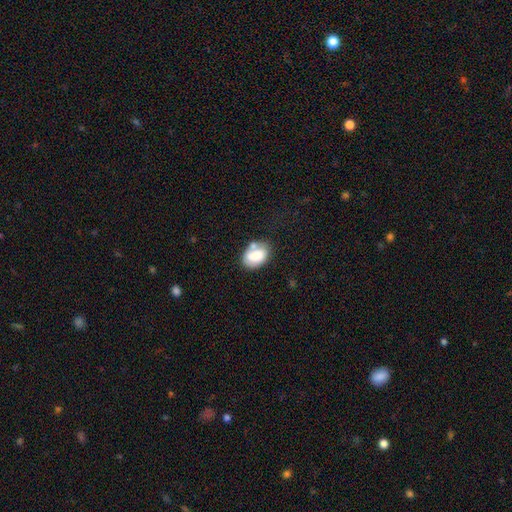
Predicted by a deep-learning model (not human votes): A smooth galaxy with no disk features (75%) that is in between round and cigar-shaped (83%).

Vote fractions:
- Smooth or featured? smooth: 75% / featured or disk: 17% / star or artifact: 8%
- How rounded? in between: 83% / round: 16% / cigar-shaped: 1%
- Merging? none: 50% / minor disturbance: 22% / merger: 20% / major disturbance: 8%